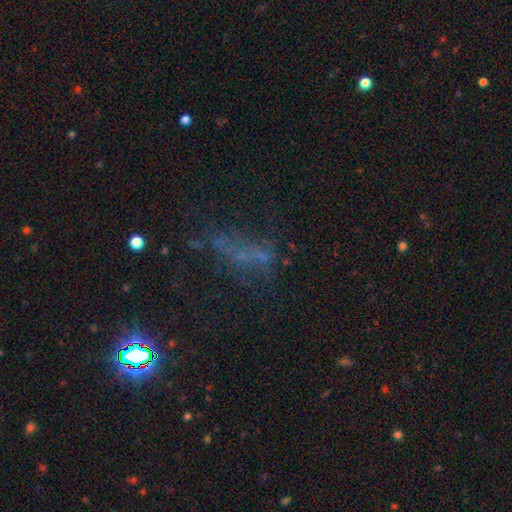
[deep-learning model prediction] Overall: featured or disk (36%; star or artifact 35%). Merging: none (44%; major disturbance 29%).